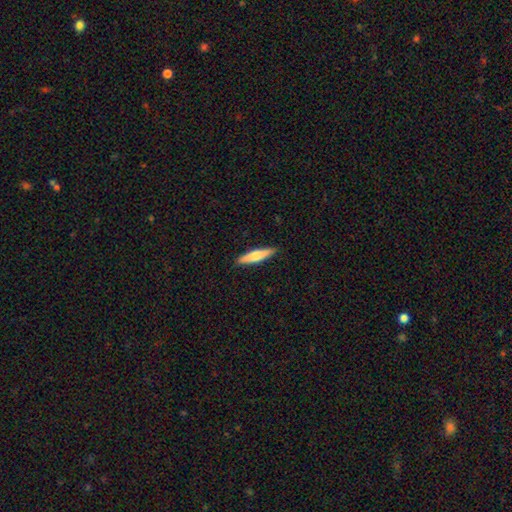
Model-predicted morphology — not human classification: Q: Smooth or featured?
A: smooth (61%); runner-up: featured or disk (33%)
Q: How rounded?
A: cigar-shaped (84%); runner-up: in between (14%)
Q: Merging?
A: none (90%); runner-up: minor disturbance (7%)